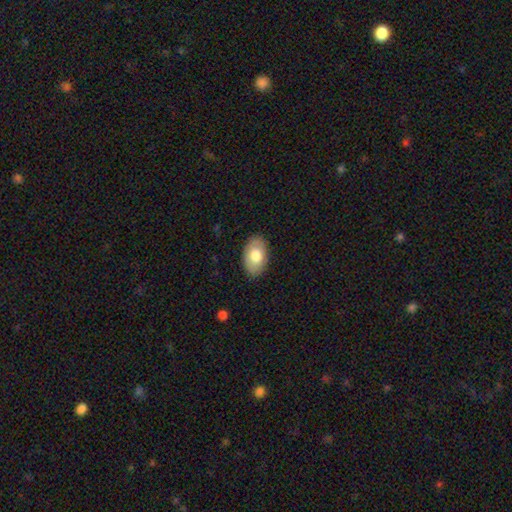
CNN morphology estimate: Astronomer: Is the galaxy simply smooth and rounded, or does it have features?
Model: smooth — 77%.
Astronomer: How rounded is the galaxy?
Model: in between — 92%.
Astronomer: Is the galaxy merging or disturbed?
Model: none — 86%.